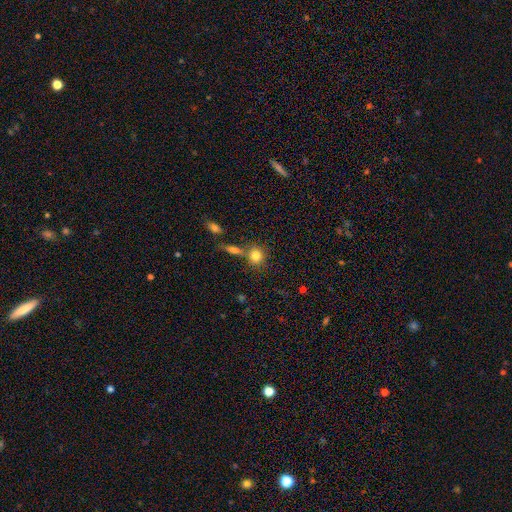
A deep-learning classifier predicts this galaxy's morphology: Smooth or featured?
  - smooth: 81% *
  - star or artifact: 10%
  - featured or disk: 9%
How rounded?
  - round: 77% *
  - in between: 21%
  - cigar-shaped: 2%
Merging?
  - none: 63% *
  - merger: 23%
  - minor disturbance: 10%
  - major disturbance: 4%